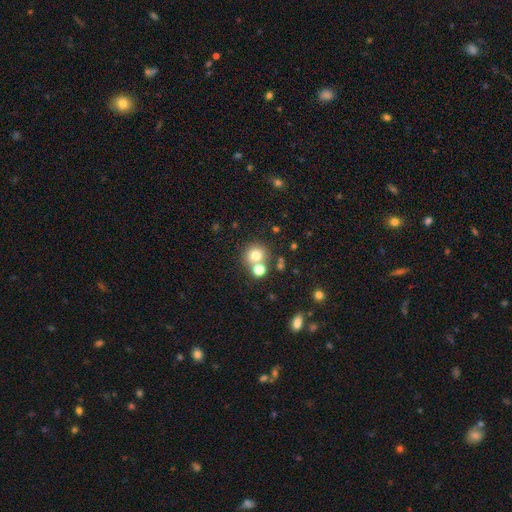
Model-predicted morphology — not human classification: smooth_or_featured: smooth (p=0.75) [alt: star or artifact p=0.14]
how_rounded: round (p=0.89) [alt: in between p=0.10]
merging: none (p=0.61) [alt: merger p=0.28]